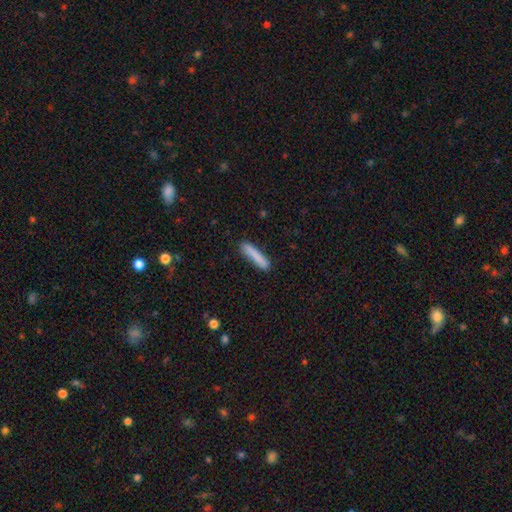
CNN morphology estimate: The model was most divided on "smooth or featured": smooth: 85%, featured or disk: 9%, star or artifact: 6%. More confident: how rounded — cigar-shaped (90%); merging — none (86%).